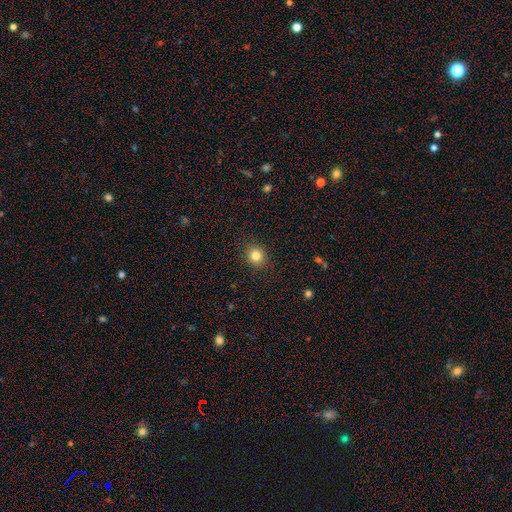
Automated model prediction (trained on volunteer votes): A smooth galaxy with no disk features (82%) that is round (85%).

Vote fractions:
- Smooth or featured? smooth: 82% / star or artifact: 12% / featured or disk: 6%
- How rounded? round: 85% / in between: 15% / cigar-shaped: 1%
- Merging? none: 90% / minor disturbance: 7% / major disturbance: 2% / merger: 1%